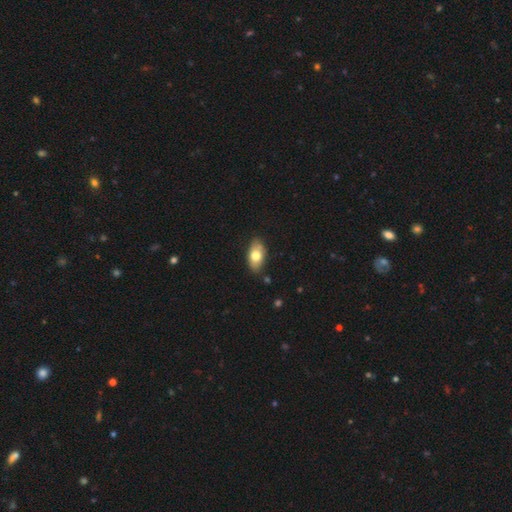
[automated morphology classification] smooth 72%, featured or disk 21%, star or artifact 7%. Down the decision tree: how rounded — in between (91%); merging — none (82%).